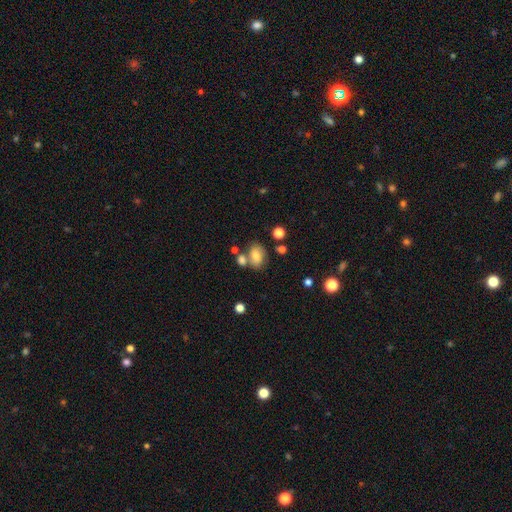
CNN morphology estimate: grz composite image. It shows a smooth galaxy with no disk features (69%) that is in between round and cigar-shaped (69%). Merging: none (56%).